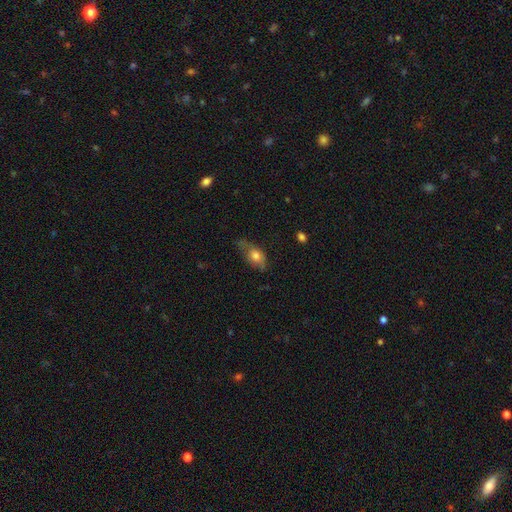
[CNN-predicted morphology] smooth-or-featured: smooth: 70% | featured or disk: 22% | star or artifact: 8%
  how-rounded: in between: 79% | round: 13% | cigar-shaped: 8%
  merging: none: 47% | minor disturbance: 35% | major disturbance: 15% | merger: 3%